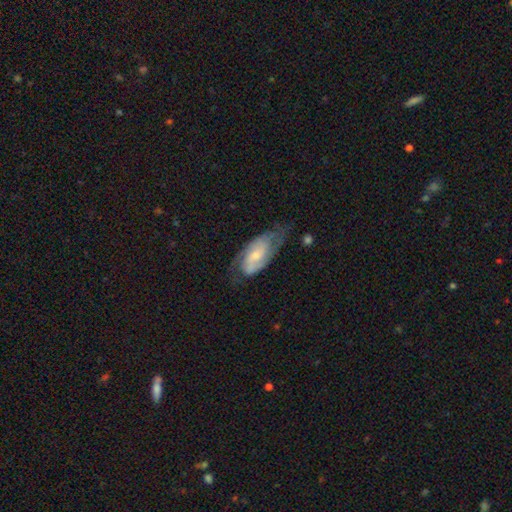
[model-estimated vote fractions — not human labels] Q: Smooth or featured?
A: featured or disk (70%); runner-up: smooth (24%)
Q: Edge-on disk?
A: no (93%); runner-up: yes (7%)
Q: Bar?
A: no (47%); runner-up: weak (40%)
Q: Spiral arms?
A: yes (89%); runner-up: no (11%)
Q: Spiral winding?
A: medium (43%); runner-up: tight (37%)
Q: Spiral arm count?
A: 2 (71%); runner-up: can't tell (18%)
Q: Bulge size?
A: small (54%); runner-up: moderate (38%)
Q: Merging?
A: none (54%); runner-up: minor disturbance (27%)